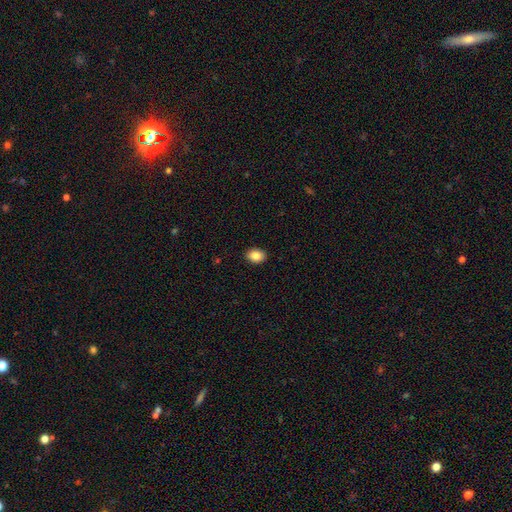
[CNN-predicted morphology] Smooth or featured?
  - smooth: 87% *
  - star or artifact: 8%
  - featured or disk: 5%
How rounded?
  - in between: 74% *
  - round: 25%
  - cigar-shaped: 1%
Merging?
  - none: 90% *
  - minor disturbance: 7%
  - major disturbance: 2%
  - merger: 1%